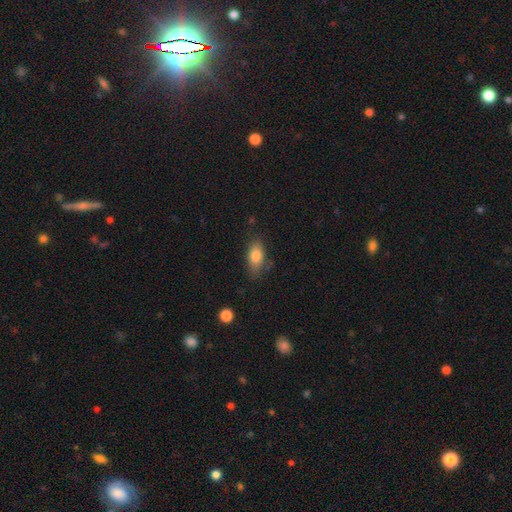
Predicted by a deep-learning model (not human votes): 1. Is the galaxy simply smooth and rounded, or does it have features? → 81% smooth, 11% featured or disk, 8% star or artifact.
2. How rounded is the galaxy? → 86% in between, 7% cigar-shaped, 7% round.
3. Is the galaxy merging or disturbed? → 73% none, 20% minor disturbance, 5% major disturbance, 2% merger.